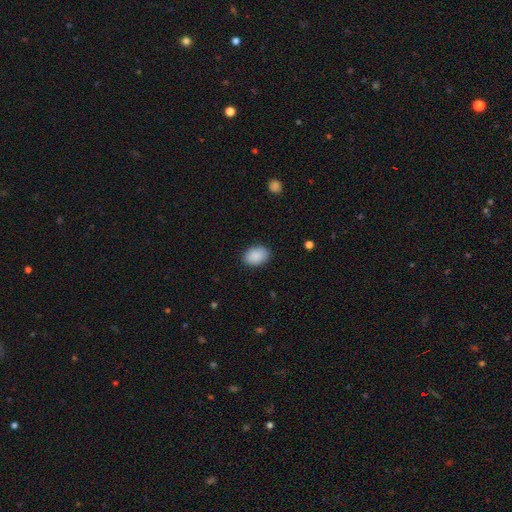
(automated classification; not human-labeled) Smooth or featured?
  - smooth: 90% *
  - star or artifact: 7%
  - featured or disk: 3%
How rounded?
  - in between: 85% *
  - round: 14%
  - cigar-shaped: 1%
Merging?
  - none: 88% *
  - minor disturbance: 9%
  - major disturbance: 2%
  - merger: 1%